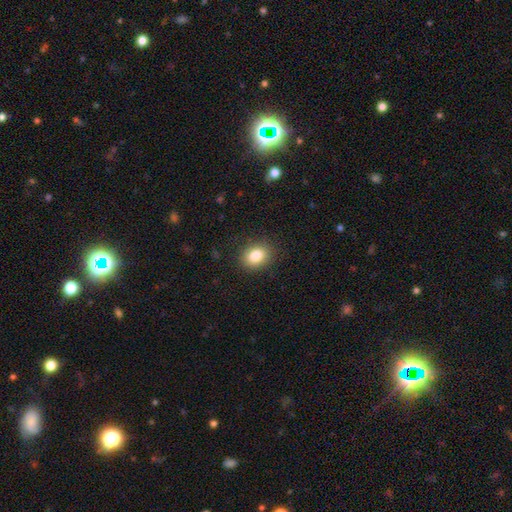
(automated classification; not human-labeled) A smooth galaxy with no disk features (85%) that is in between round and cigar-shaped (60%).

Vote fractions:
- Smooth or featured? smooth: 85% / star or artifact: 9% / featured or disk: 6%
- How rounded? in between: 60% / round: 39% / cigar-shaped: 1%
- Merging? none: 86% / minor disturbance: 10% / major disturbance: 3% / merger: 1%